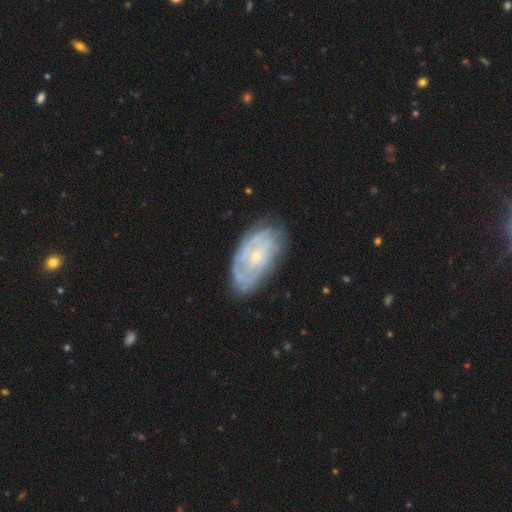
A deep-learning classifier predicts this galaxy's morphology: This is likely a featured or disk galaxy (76%). It is clearly not viewed edge-on (94%). Bar: likely no (72%). Spiral arm pattern: clearly yes (88%). Spiral arm count: possibly can't tell (51%). Spiral winding: likely tight (72%). Central bulge: likely small (72%). Merging: likely none (74%).